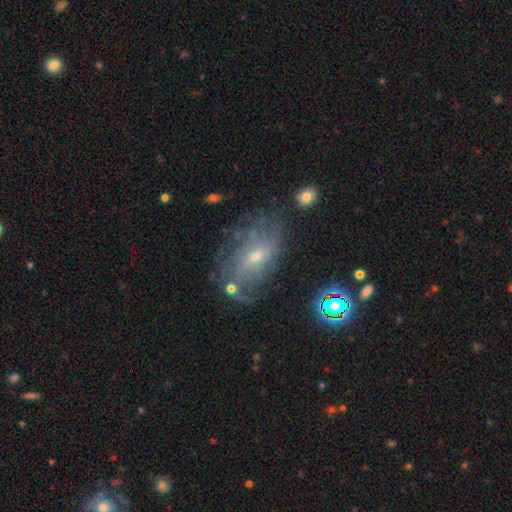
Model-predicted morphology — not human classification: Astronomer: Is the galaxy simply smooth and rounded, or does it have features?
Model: featured or disk — 75%.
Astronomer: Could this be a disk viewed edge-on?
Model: no — 95%.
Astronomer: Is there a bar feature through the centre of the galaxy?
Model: no — 50% (runner-up: weak, 42%).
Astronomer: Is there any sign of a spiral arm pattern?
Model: yes — 82%.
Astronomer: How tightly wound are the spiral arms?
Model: tight — 39% (runner-up: medium, 38%).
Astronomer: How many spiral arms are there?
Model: can't tell — 56%.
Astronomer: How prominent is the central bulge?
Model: small — 56% (runner-up: moderate, 39%).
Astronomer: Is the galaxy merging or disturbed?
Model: none — 60%.